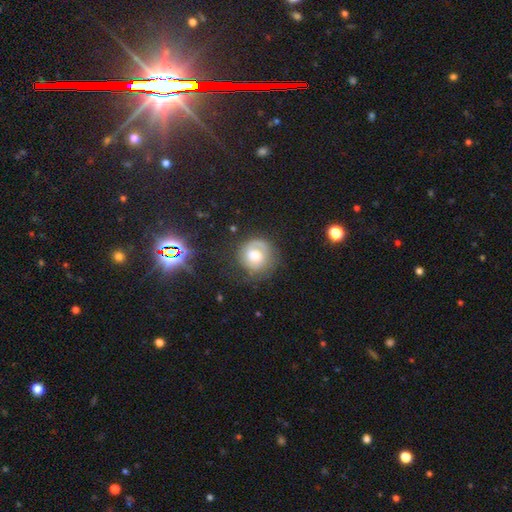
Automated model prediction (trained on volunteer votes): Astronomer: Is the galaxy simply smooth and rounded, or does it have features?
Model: featured or disk — 47% (runner-up: smooth, 44%).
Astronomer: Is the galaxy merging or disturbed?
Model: none — 65%.